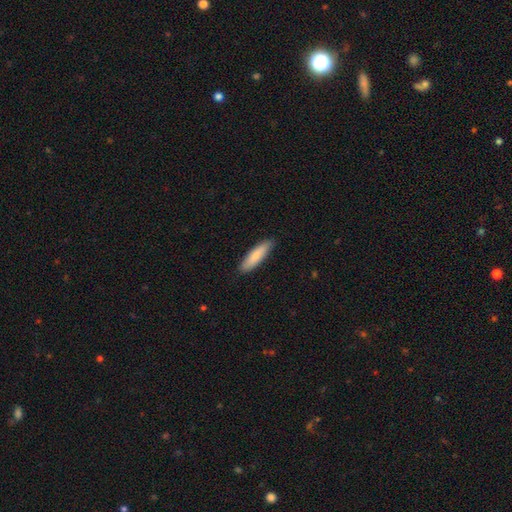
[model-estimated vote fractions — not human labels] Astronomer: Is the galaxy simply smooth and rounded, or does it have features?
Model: smooth — 81%.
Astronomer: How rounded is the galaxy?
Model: cigar-shaped — 65%.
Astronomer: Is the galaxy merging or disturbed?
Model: none — 87%.